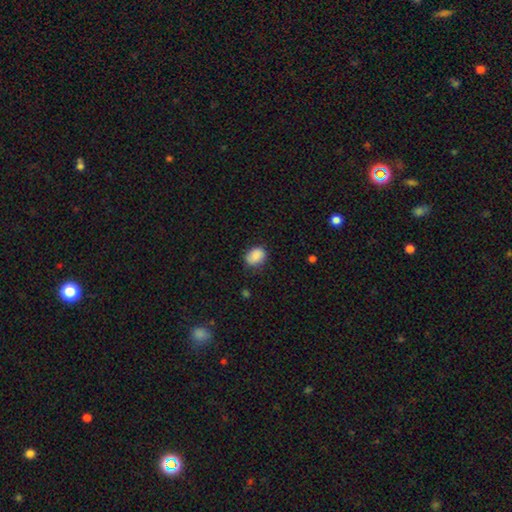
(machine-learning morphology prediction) Overall: smooth (85%). How rounded: in between (62%; round 37%). Merging: none (71%).